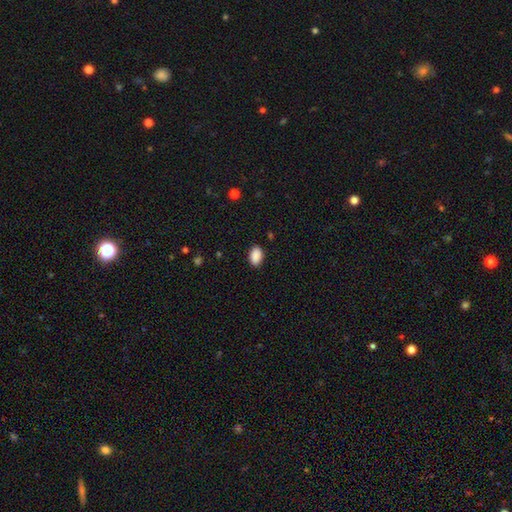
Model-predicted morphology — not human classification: Smooth or featured? smooth (90%)
How rounded? in between (88%)
Merging? none (87%)